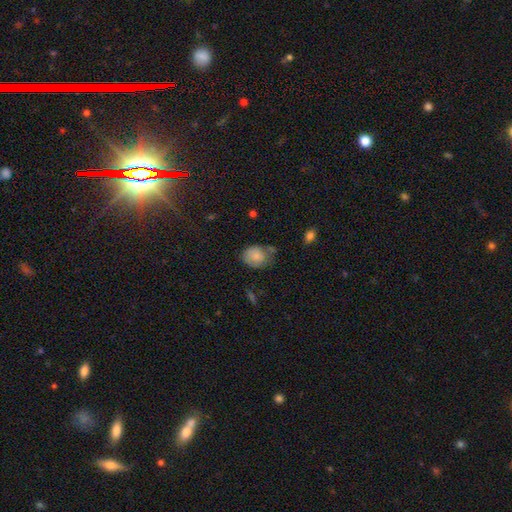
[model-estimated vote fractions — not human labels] Smooth or featured? Predicted: smooth (p=0.77). How rounded? Predicted: round (p=0.51). Merging? Predicted: none (p=0.49).